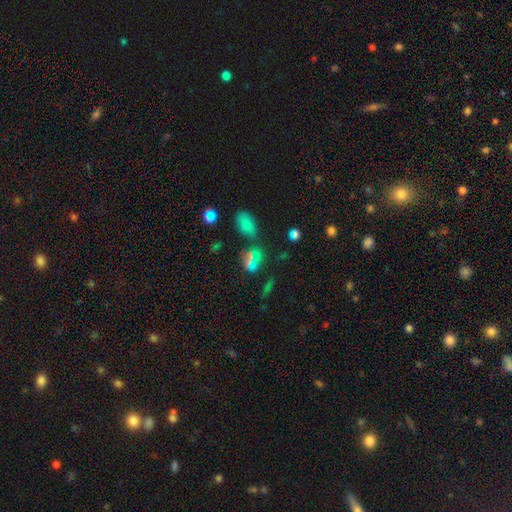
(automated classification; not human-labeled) Smooth or featured? smooth (48%)
Merging? none (53%)